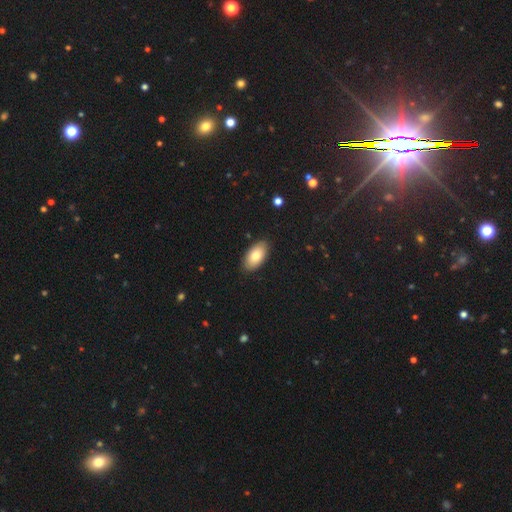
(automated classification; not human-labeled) Smooth or featured? smooth (79%)
How rounded? in between (94%)
Merging? none (88%)